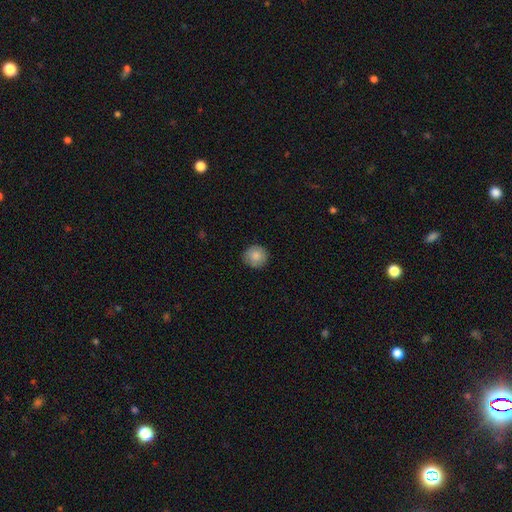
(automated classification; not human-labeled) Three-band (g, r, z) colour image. It shows a smooth galaxy with no disk features (84%) that is round (92%). Merging: none (87%).